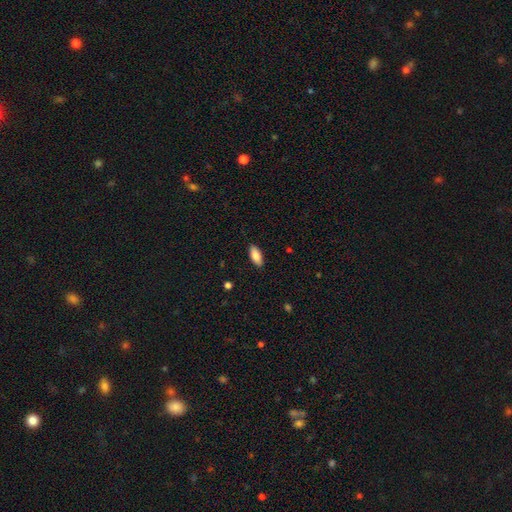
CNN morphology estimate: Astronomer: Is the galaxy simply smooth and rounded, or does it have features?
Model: smooth — 83%.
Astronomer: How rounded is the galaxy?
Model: in between — 86%.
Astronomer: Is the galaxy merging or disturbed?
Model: none — 89%.